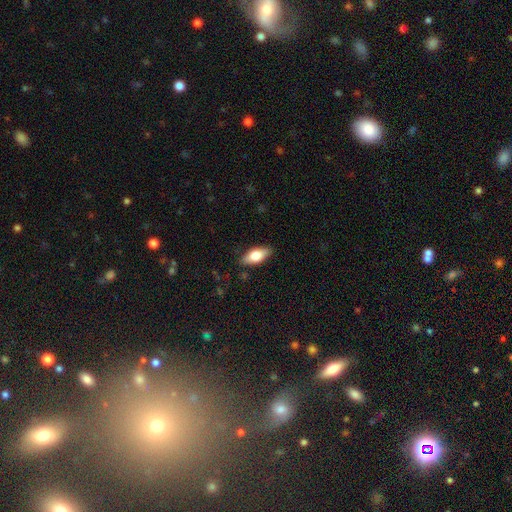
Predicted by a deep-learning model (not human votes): The model was most divided on "smooth or featured": smooth: 70%, featured or disk: 24%, star or artifact: 7%. More confident: merging — none (83%); how rounded — in between (82%).